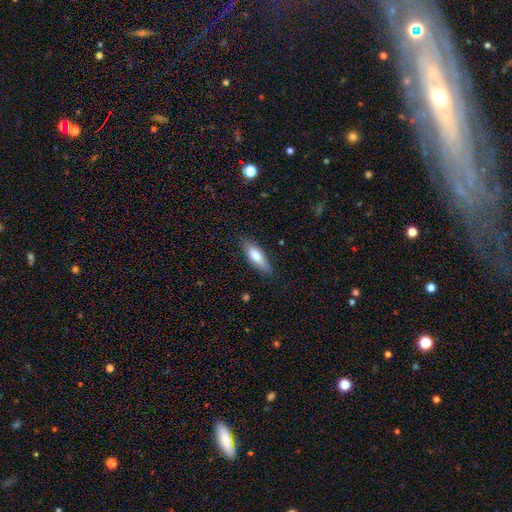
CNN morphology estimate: smooth_or_featured: smooth (p=0.75) [alt: featured or disk p=0.19]
how_rounded: in between (p=0.58) [alt: cigar-shaped p=0.40]
merging: none (p=0.80) [alt: minor disturbance p=0.16]